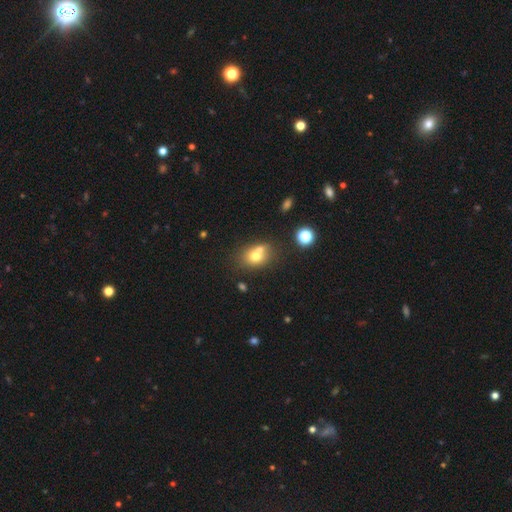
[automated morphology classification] Smooth or featured?
  - smooth: 68% *
  - featured or disk: 18%
  - star or artifact: 13%
How rounded?
  - round: 51% *
  - in between: 47%
  - cigar-shaped: 1%
Merging?
  - none: 43% *
  - merger: 42%
  - minor disturbance: 11%
  - major disturbance: 4%